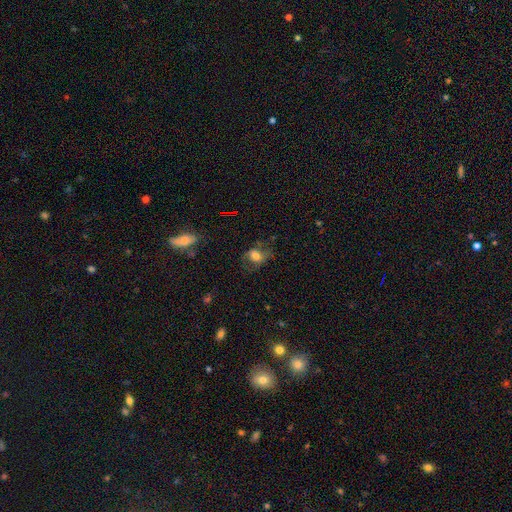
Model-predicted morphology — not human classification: Overall: smooth (52%; featured or disk 35%). How rounded: in between (59%; round 39%). Merging: none (52%; minor disturbance 23%).